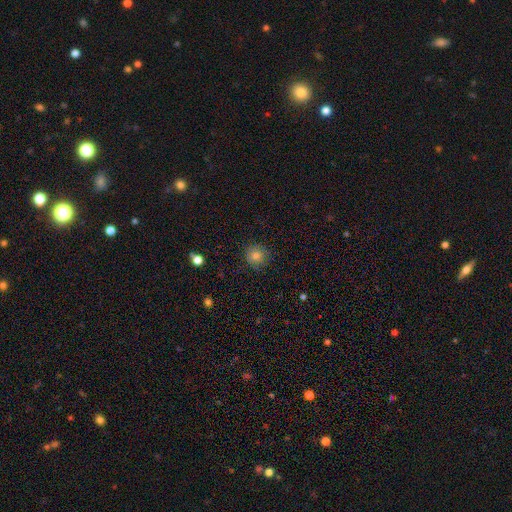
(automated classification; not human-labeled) smooth 79%, star or artifact 13%, featured or disk 8%. Down the decision tree: how rounded — round (93%); merging — none (87%).